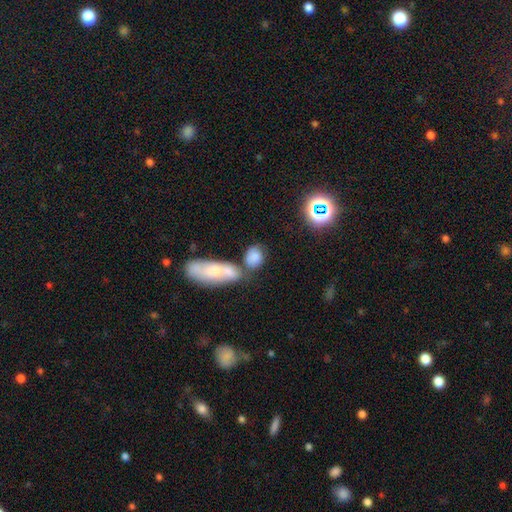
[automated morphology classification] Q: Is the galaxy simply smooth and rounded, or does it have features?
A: smooth — 76%.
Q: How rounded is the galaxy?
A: in between — 59%.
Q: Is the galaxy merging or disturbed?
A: none — 47%.